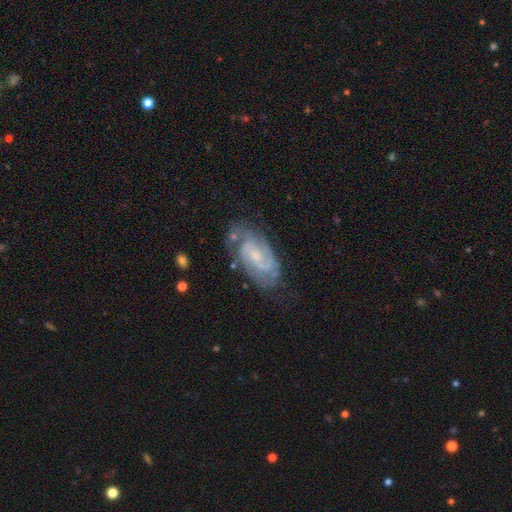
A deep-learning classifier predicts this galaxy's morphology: This appears to be a featured or disk galaxy (85%) with no bar (46%), 2 (69%) tight (51%) spiral arms (96%) and a small central bulge (65%). Merging: none (72%).